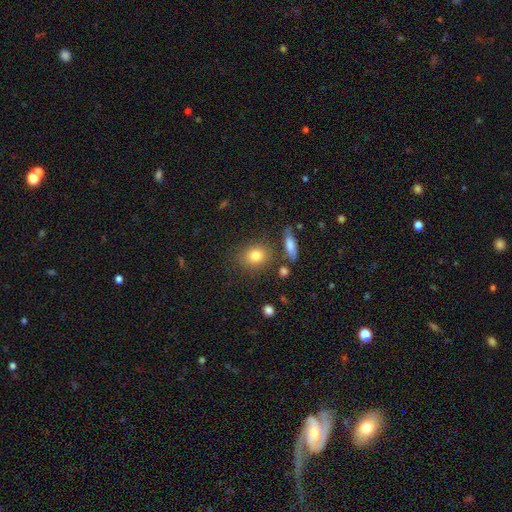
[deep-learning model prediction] This appears to be a smooth galaxy with no disk features (81%) that is round (57%). Merging: none (76%).